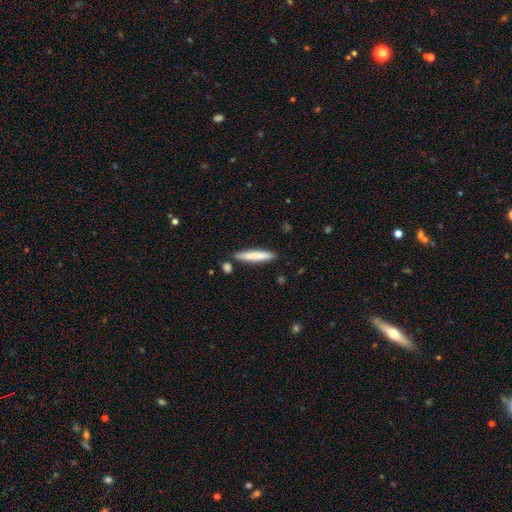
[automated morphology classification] Smooth or featured?
  - smooth: 76% *
  - featured or disk: 18%
  - star or artifact: 5%
How rounded?
  - cigar-shaped: 92% *
  - in between: 6%
  - round: 1%
Merging?
  - none: 83% *
  - minor disturbance: 10%
  - merger: 5%
  - major disturbance: 2%